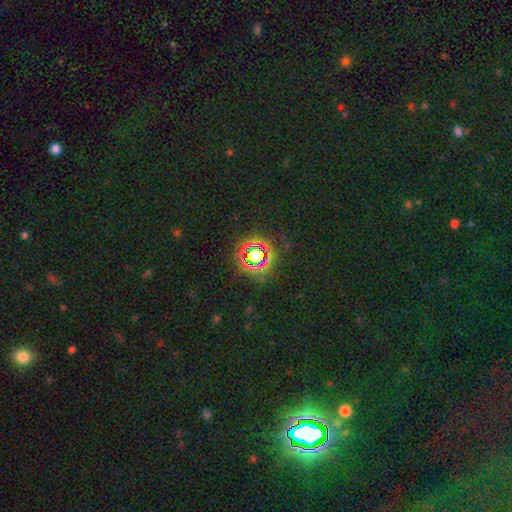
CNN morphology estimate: type=star or artifact (71%).